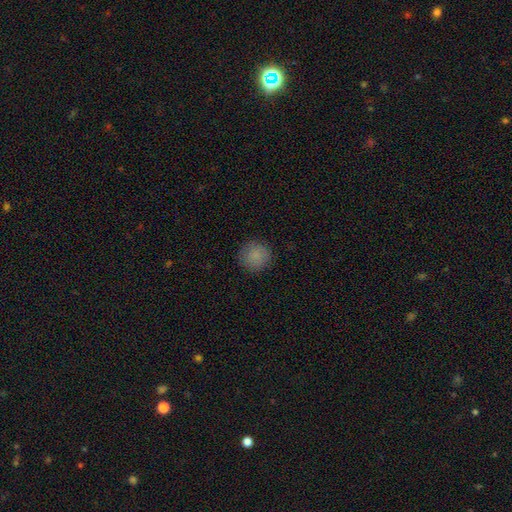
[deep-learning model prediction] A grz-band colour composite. It shows a smooth galaxy with no disk features (86%) that is round (93%). Merging: none (88%).